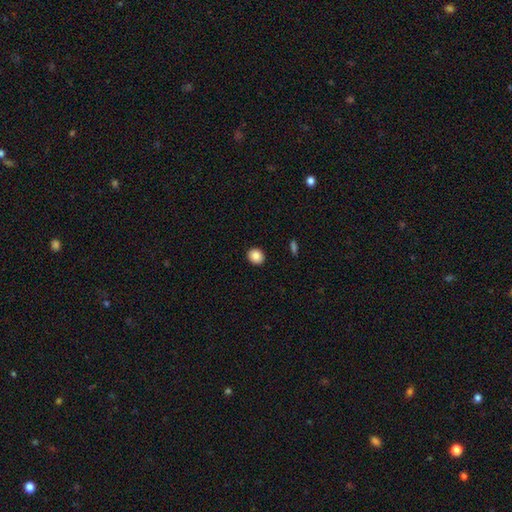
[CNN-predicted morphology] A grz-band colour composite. It shows a smooth galaxy with no disk features (86%) that is round (74%). Merging: none (92%).